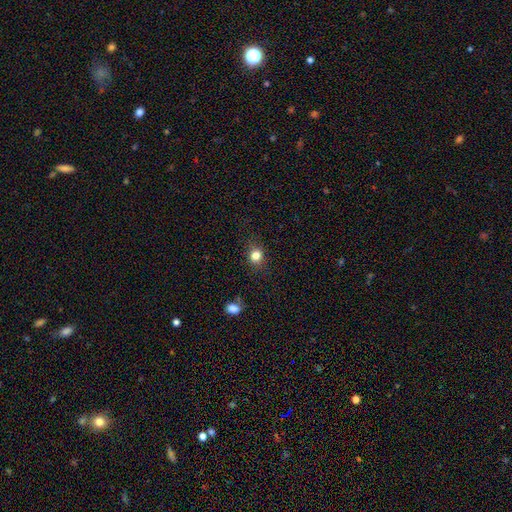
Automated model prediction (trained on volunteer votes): smooth 80%, star or artifact 13%, featured or disk 7%. Down the decision tree: how rounded — round (71%); merging — none (84%).